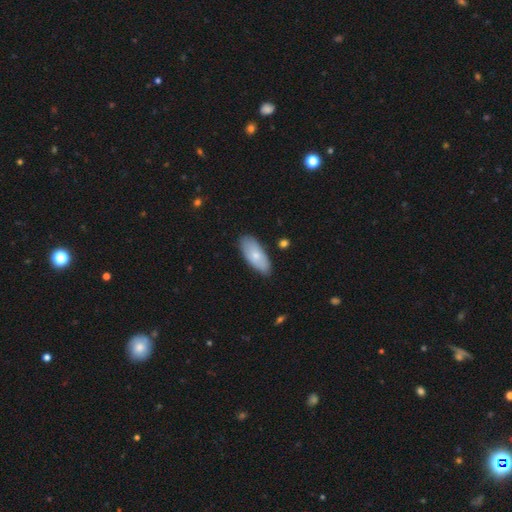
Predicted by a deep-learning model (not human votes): Overall: smooth (74%). How rounded: in between (87%). Merging: none (84%).